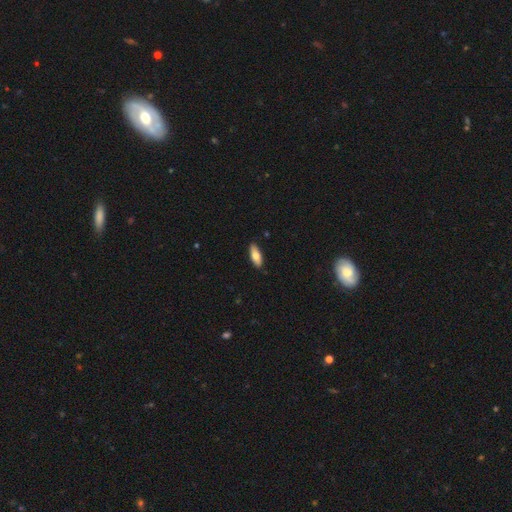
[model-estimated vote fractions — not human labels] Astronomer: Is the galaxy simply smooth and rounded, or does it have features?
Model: smooth — 74%.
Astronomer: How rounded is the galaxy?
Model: in between — 73%.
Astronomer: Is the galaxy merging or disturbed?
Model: none — 89%.